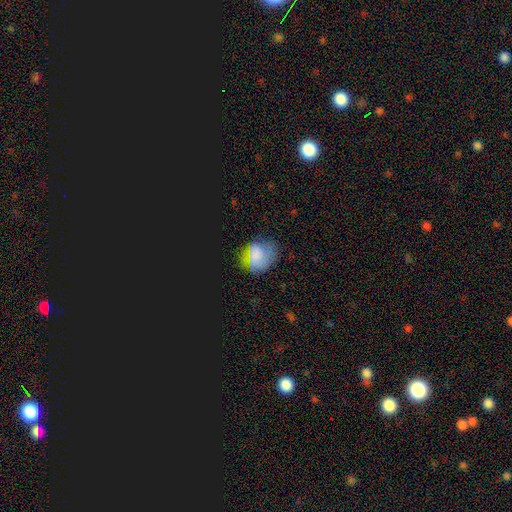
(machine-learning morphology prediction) smooth 64%, star or artifact 21%, featured or disk 14%. Down the decision tree: how rounded — round (64%); merging — none (67%).